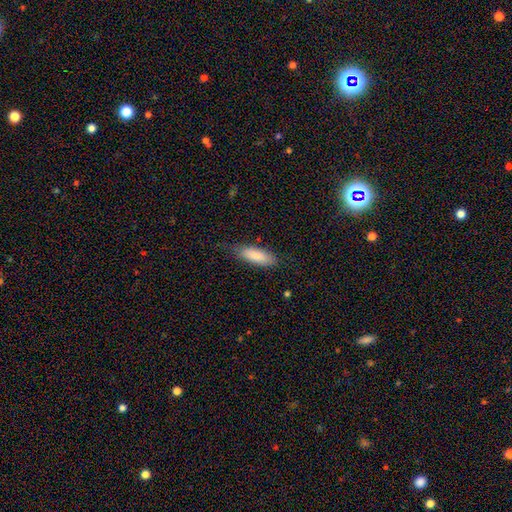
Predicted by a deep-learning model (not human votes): A smooth galaxy with no disk features (86%) that is in between round and cigar-shaped (64%). Merging: none (71%).